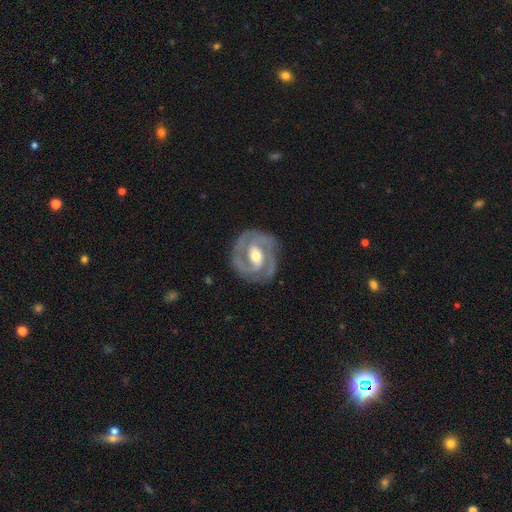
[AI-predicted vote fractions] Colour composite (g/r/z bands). It shows a featured or disk galaxy (89%) with a weak bar (42%), 2 (80%) tight (54%) spiral arms (96%) and a moderate central bulge (70%). Merging: none (82%).